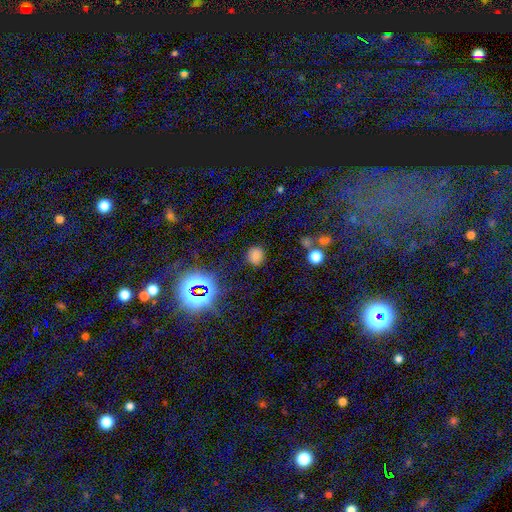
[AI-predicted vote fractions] A smooth galaxy with no disk features (73%) that is round (84%).

Vote fractions:
- Smooth or featured? smooth: 73% / star or artifact: 21% / featured or disk: 6%
- How rounded? round: 84% / in between: 15% / cigar-shaped: 1%
- Merging? none: 85% / minor disturbance: 9% / major disturbance: 4% / merger: 2%